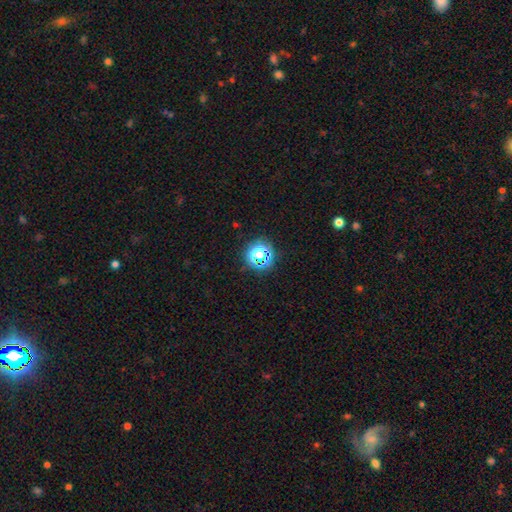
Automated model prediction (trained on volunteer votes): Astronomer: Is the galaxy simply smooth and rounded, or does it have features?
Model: star or artifact — 56% (runner-up: smooth, 35%).